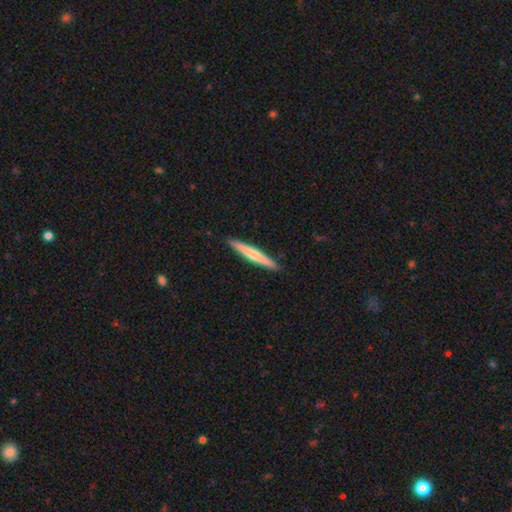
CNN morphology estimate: A smooth galaxy with no disk features (54%) that is cigar-shaped (96%). Merging: none (91%).